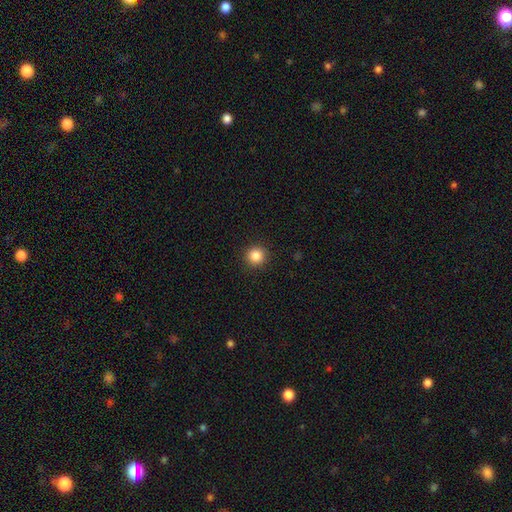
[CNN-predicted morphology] smooth 85%, star or artifact 11%, featured or disk 4%. Down the decision tree: how rounded — round (95%); merging — none (92%).